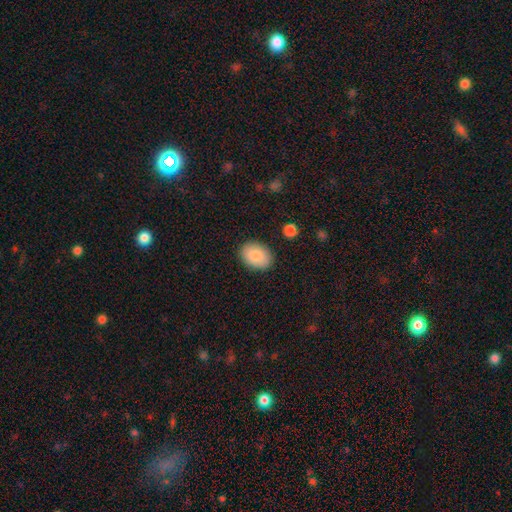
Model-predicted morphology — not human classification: Smooth or featured? smooth (86%)
How rounded? in between (73%)
Merging? none (87%)